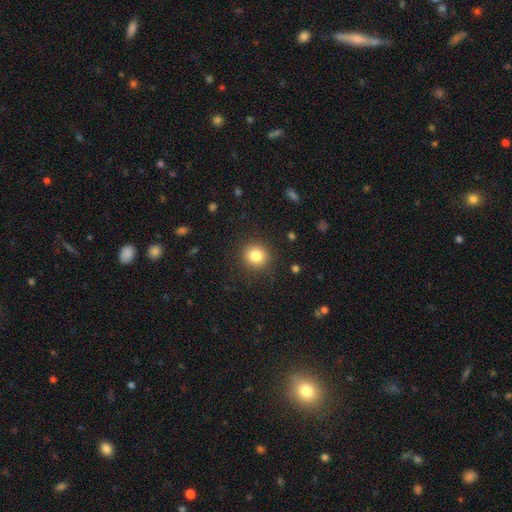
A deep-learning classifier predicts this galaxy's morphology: This is clearly a smooth galaxy (83%). How rounded: clearly round (90%). Merging: clearly none (89%).